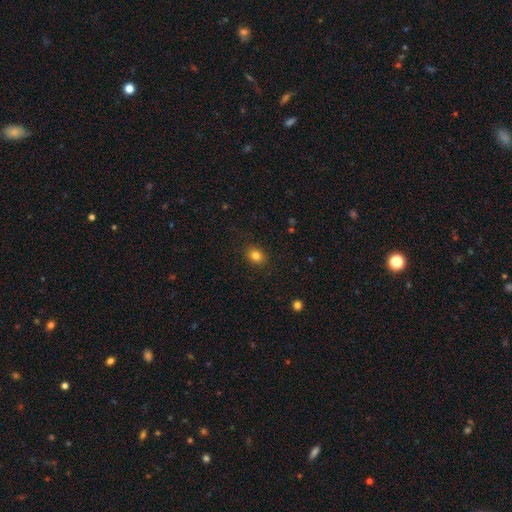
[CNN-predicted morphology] Smooth or featured? smooth (82%)
How rounded? round (50%)
Merging? none (88%)